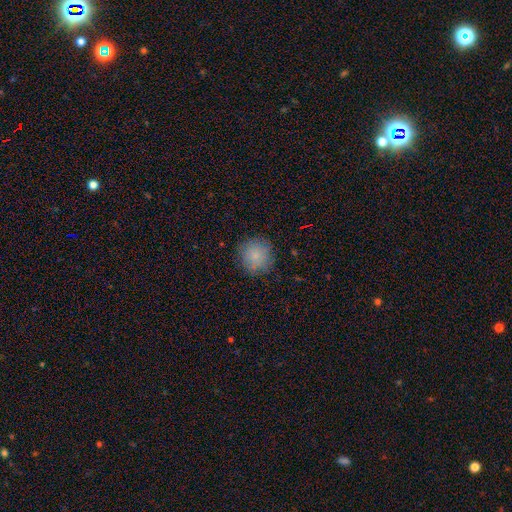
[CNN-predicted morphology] smooth_or_featured: smooth (p=0.83) [alt: star or artifact p=0.09]
how_rounded: round (p=0.93) [alt: in between p=0.06]
merging: none (p=0.86) [alt: minor disturbance p=0.10]